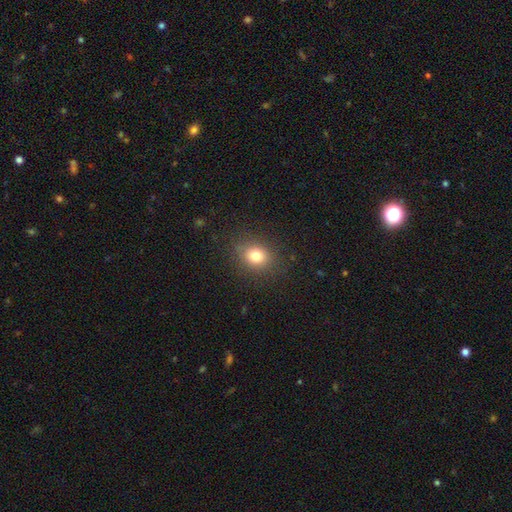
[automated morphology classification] smooth-or-featured: smooth: 78% | star or artifact: 13% | featured or disk: 8%
  how-rounded: round: 64% | in between: 35% | cigar-shaped: 1%
  merging: none: 87% | minor disturbance: 9% | major disturbance: 4% | merger: 1%